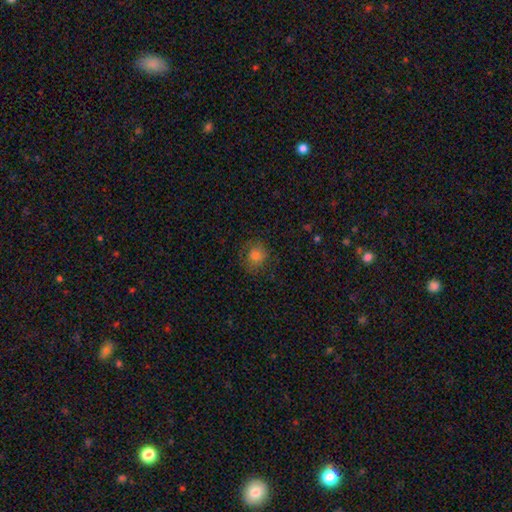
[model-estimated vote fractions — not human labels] This appears to be a smooth galaxy with no disk features (77%) that is round (84%). Merging: none (74%).